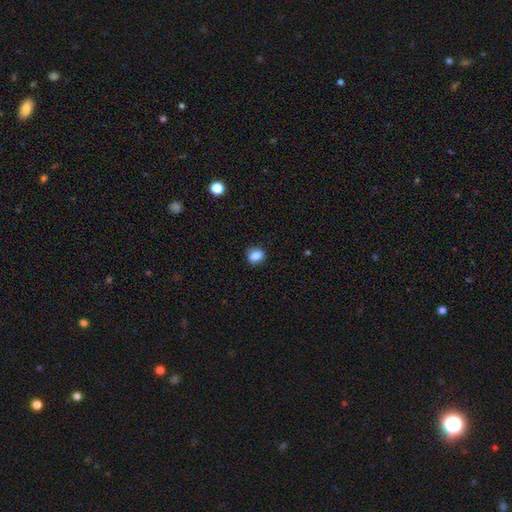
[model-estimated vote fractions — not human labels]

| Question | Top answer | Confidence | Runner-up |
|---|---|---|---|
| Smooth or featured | smooth | 85% | star or artifact (9%) |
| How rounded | in between | 52% | round (47%) |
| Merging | none | 84% | minor disturbance (12%) |